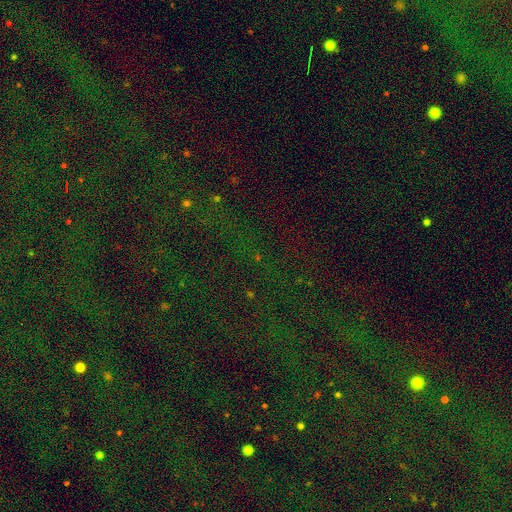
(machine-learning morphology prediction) type=star or artifact (83%).